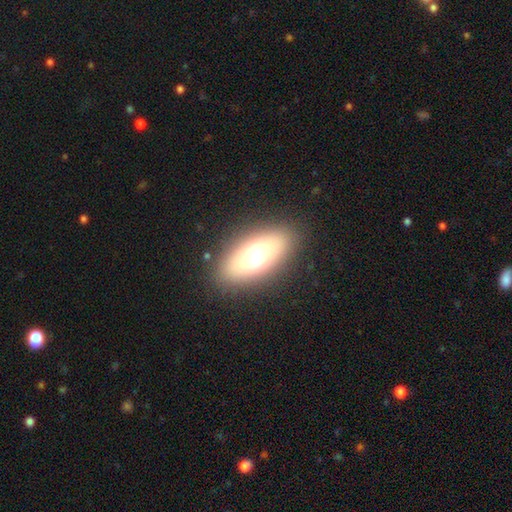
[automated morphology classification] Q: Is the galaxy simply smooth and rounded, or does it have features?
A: smooth — 62%.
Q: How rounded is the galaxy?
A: in between — 80%.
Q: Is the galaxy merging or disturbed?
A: none — 86%.